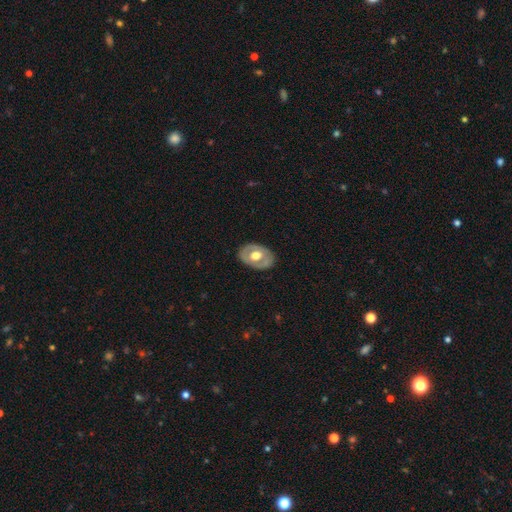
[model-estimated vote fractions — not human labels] Smooth or featured? Predicted: featured or disk (p=0.52). Edge-on disk? Predicted: no (p=0.90). Merging? Predicted: none (p=0.83).